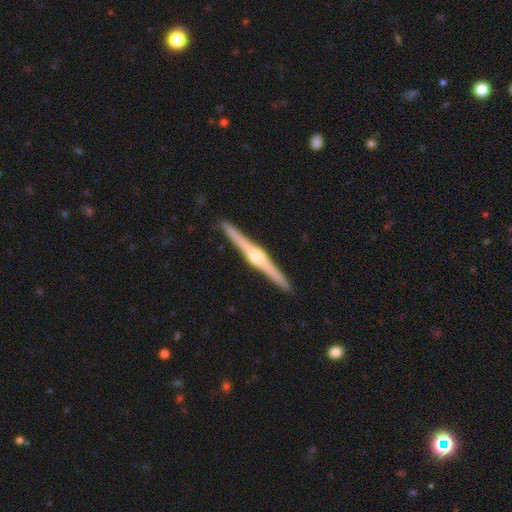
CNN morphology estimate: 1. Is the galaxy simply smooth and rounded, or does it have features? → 86% featured or disk, 9% smooth, 5% star or artifact.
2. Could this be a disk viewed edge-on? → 99% yes, 1% no.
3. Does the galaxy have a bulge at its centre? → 87% rounded, 8% boxy, 5% none.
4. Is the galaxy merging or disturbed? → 93% none, 5% minor disturbance, 1% major disturbance, 1% merger.